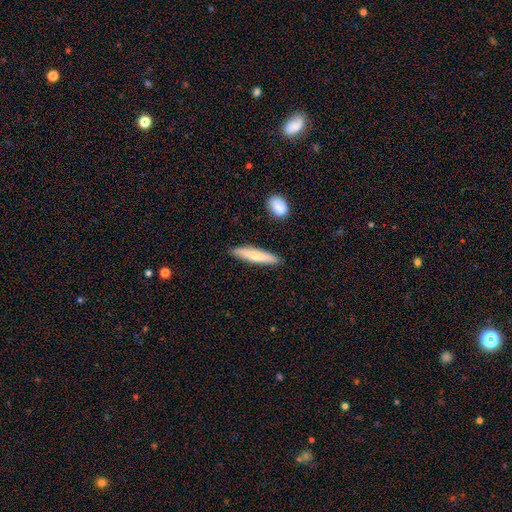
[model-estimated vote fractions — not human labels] A smooth galaxy with no disk features (69%) that is cigar-shaped (88%). Merging: none (87%).